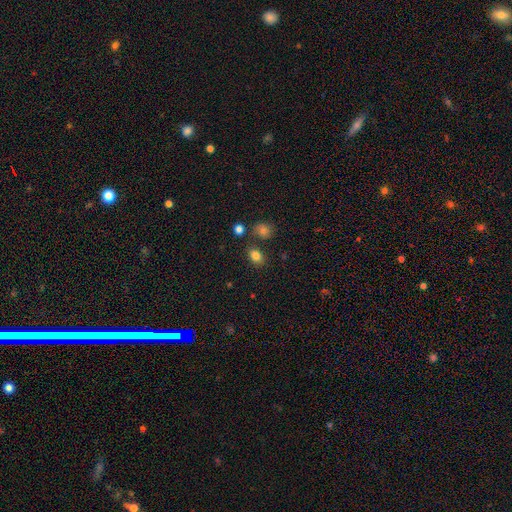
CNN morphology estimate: type=smooth (83%); roundness=in between (68%); merging=none (77%).